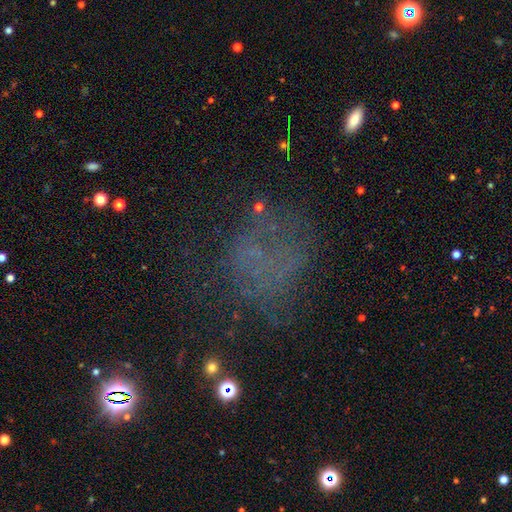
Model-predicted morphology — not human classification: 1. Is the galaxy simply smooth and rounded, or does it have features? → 38% smooth, 36% star or artifact, 25% featured or disk.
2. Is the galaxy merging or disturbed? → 57% none, 21% major disturbance, 18% minor disturbance, 4% merger.